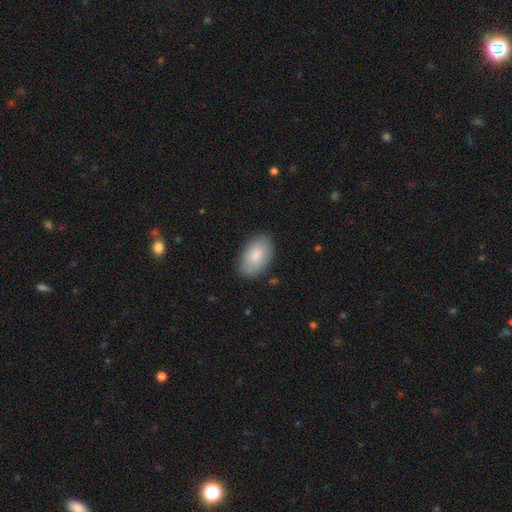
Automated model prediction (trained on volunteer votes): Smooth or featured: smooth — 83% (featured or disk — 12%)
How rounded: in between — 94% (round — 5%)
Merging: none — 86% (minor disturbance — 11%)